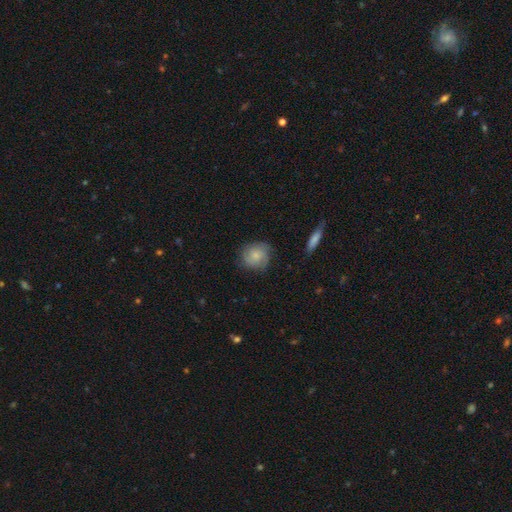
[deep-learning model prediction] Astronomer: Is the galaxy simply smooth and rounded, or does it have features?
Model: smooth — 66%.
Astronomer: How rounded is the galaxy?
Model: round — 82%.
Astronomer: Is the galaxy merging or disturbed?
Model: none — 74%.